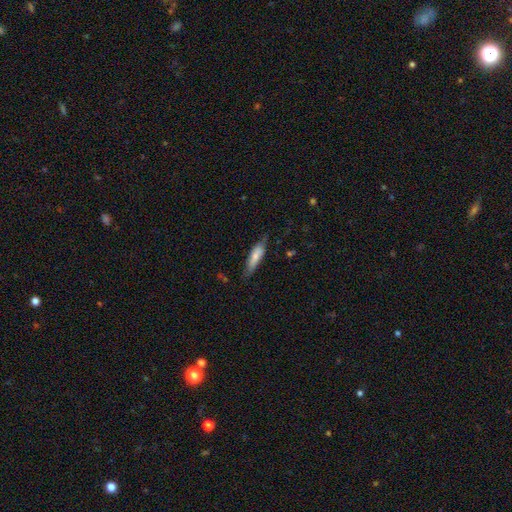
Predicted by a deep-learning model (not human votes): Smooth or featured: smooth — 64% (featured or disk — 30%)
How rounded: cigar-shaped — 65% (in between — 33%)
Merging: none — 70% (minor disturbance — 23%)